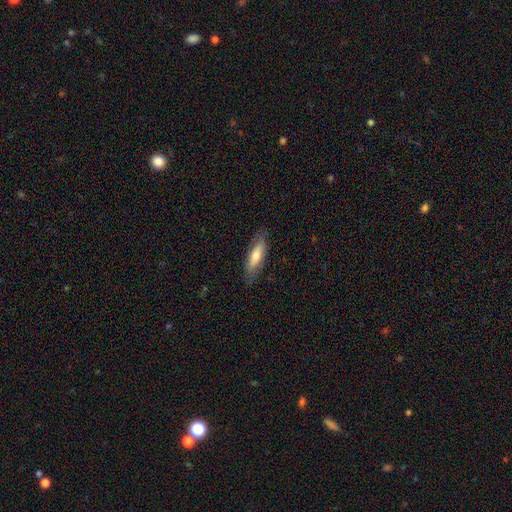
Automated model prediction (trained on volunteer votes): This is likely a smooth galaxy (64%). How rounded: possibly cigar-shaped (54%). Merging: clearly none (81%).